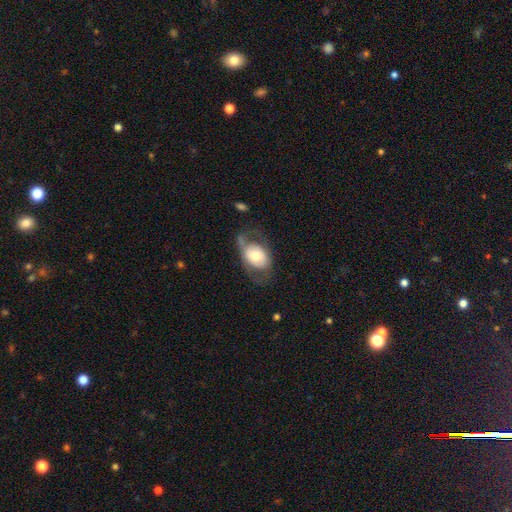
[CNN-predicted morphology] Smooth or featured: smooth — 49% (featured or disk — 45%)
Merging: none — 49% (minor disturbance — 24%)